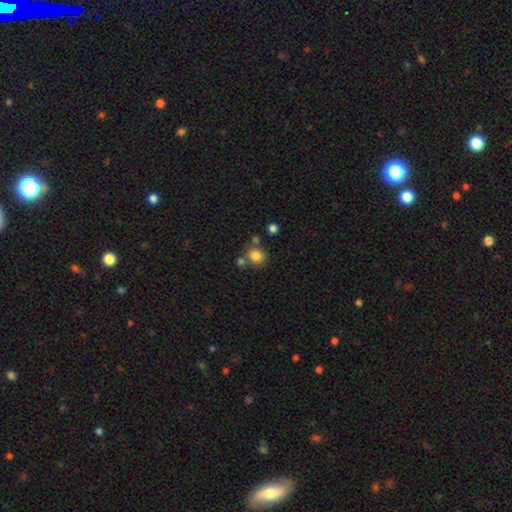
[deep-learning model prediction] Smooth or featured?
  - smooth: 82% *
  - star or artifact: 11%
  - featured or disk: 7%
How rounded?
  - round: 82% *
  - in between: 18%
  - cigar-shaped: 1%
Merging?
  - none: 67% *
  - merger: 19%
  - minor disturbance: 11%
  - major disturbance: 4%